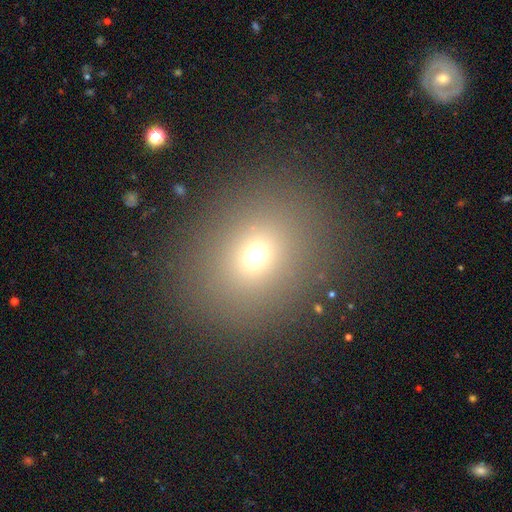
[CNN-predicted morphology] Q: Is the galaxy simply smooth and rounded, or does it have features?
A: smooth — 68%.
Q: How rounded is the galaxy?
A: round — 68%.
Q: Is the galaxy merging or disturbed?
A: none — 87%.